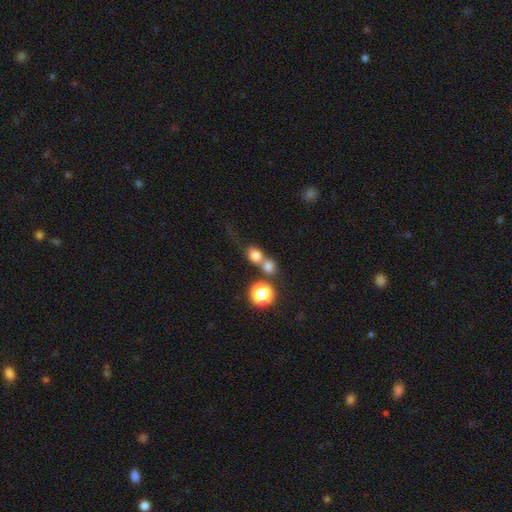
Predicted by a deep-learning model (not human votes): This appears to be a smooth galaxy with no disk features (74%) that is round (69%). Merging: merger (52%).